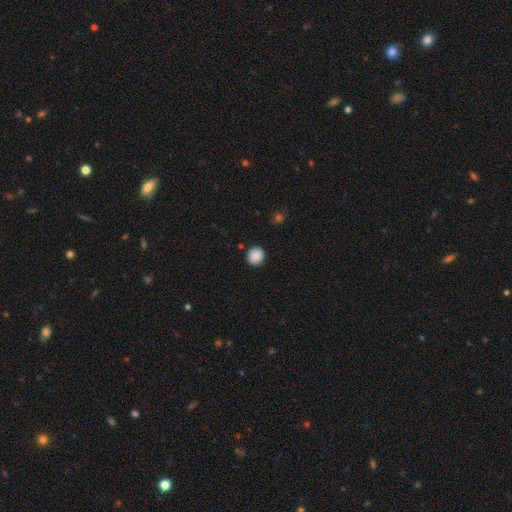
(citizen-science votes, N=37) Q: Smooth or featured?
A: smooth (95%); runner-up: featured or disk (3%)
Q: How rounded?
A: round (86%); runner-up: in between (11%)
Q: Merging?
A: none (92%); runner-up: minor disturbance (6%)